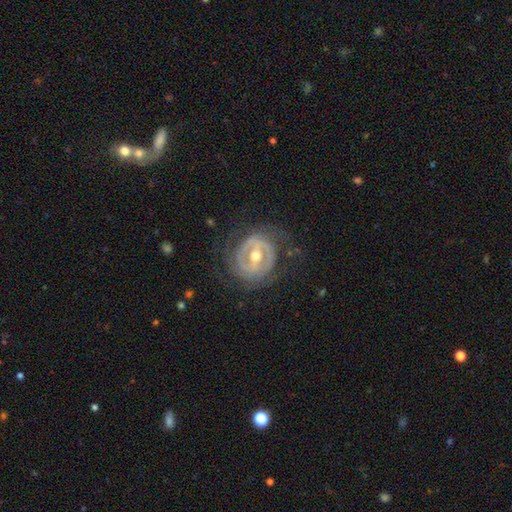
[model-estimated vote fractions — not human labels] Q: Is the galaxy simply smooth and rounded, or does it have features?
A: featured or disk — 82%.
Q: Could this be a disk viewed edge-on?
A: no — 95%.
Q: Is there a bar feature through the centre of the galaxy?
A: strong — 51%.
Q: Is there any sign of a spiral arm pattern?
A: yes — 62%.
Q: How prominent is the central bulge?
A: moderate — 73%.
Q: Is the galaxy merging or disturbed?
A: none — 69%.